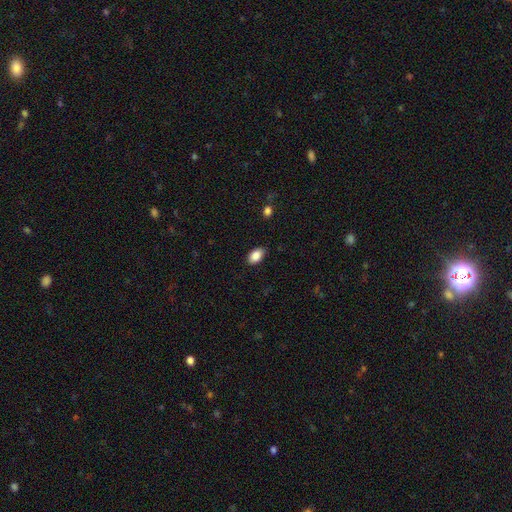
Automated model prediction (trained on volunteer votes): Q: Smooth or featured?
A: smooth (87%); runner-up: star or artifact (8%)
Q: How rounded?
A: in between (91%); runner-up: round (7%)
Q: Merging?
A: none (83%); runner-up: minor disturbance (14%)